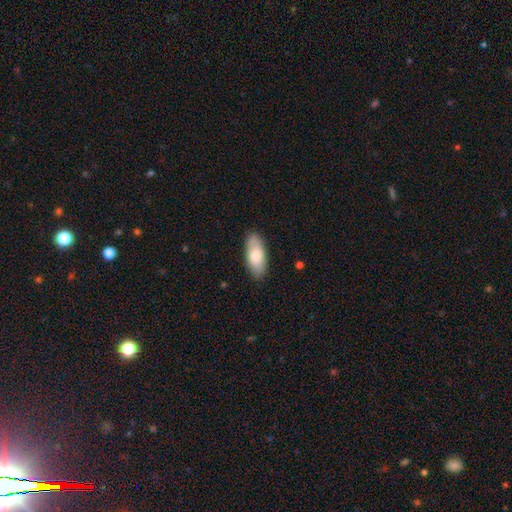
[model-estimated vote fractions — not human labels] smooth_or_featured: smooth (p=0.77) [alt: featured or disk p=0.18]
how_rounded: in between (p=0.84) [alt: cigar-shaped p=0.14]
merging: none (p=0.86) [alt: minor disturbance p=0.11]